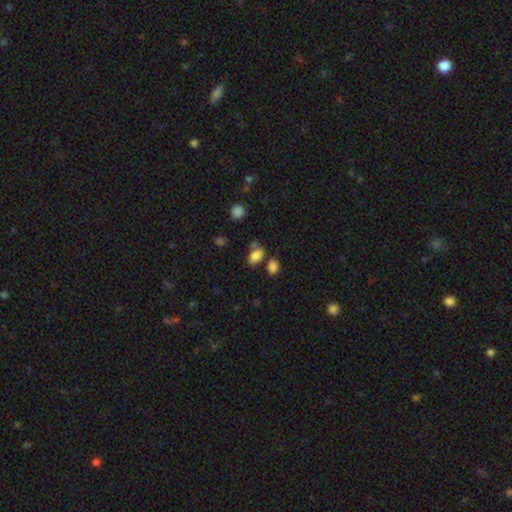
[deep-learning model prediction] Morphology: type=smooth (83%); roundness=in between (89%); merging=none (61%).